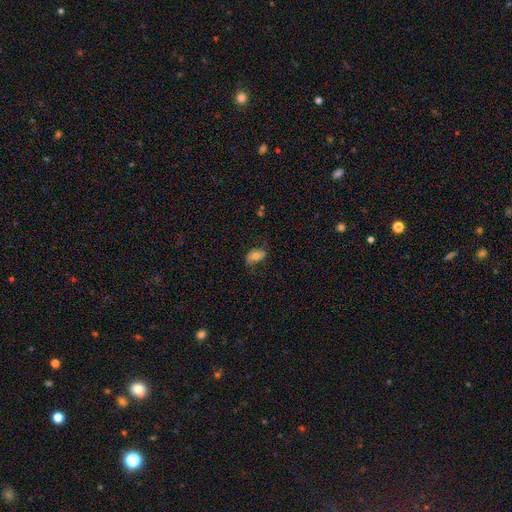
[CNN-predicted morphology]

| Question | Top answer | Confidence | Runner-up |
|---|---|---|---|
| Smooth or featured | smooth | 57% | featured or disk (34%) |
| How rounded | in between | 88% | round (10%) |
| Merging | none | 62% | minor disturbance (26%) |